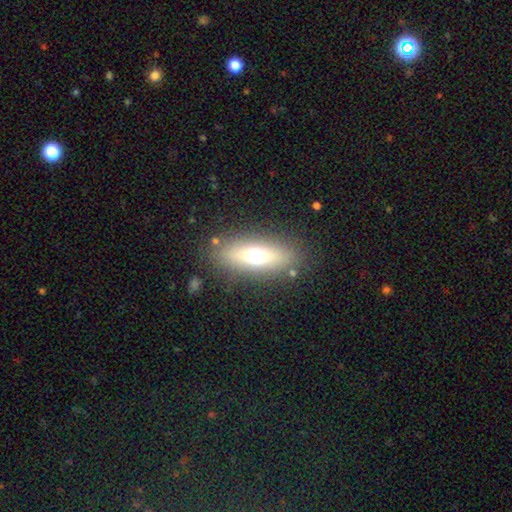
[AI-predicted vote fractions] Smooth or featured: smooth — 57% (featured or disk — 29%)
How rounded: in between — 67% (cigar-shaped — 24%)
Merging: none — 84% (minor disturbance — 9%)